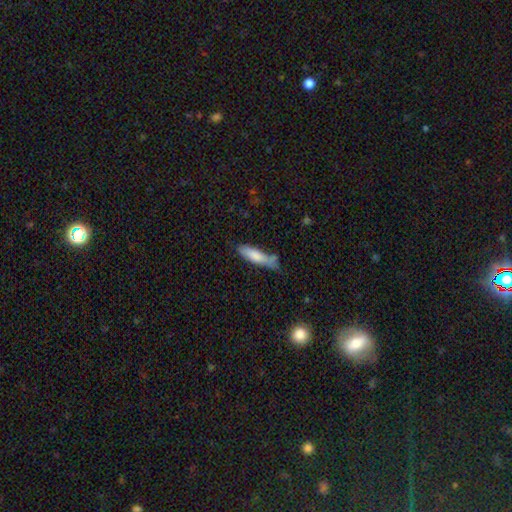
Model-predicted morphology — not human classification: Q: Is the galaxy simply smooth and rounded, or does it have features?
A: smooth — 80%.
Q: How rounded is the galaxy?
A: cigar-shaped — 70%.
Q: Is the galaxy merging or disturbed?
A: none — 54%.